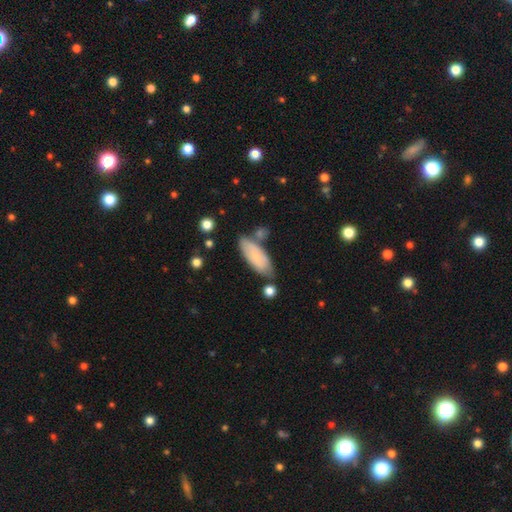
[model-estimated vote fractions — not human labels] Smooth or featured?
  - smooth: 78% *
  - featured or disk: 16%
  - star or artifact: 6%
How rounded?
  - in between: 70% *
  - cigar-shaped: 28%
  - round: 2%
Merging?
  - none: 69% *
  - minor disturbance: 18%
  - merger: 9%
  - major disturbance: 4%